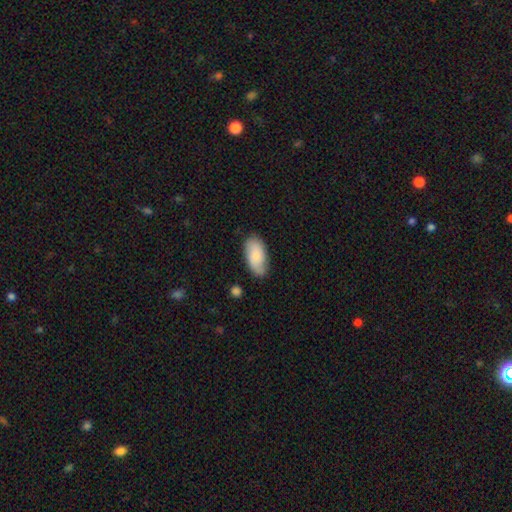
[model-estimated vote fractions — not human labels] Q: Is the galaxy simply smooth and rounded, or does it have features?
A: smooth — 78%.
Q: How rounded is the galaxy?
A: in between — 94%.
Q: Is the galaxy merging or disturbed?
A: none — 76%.